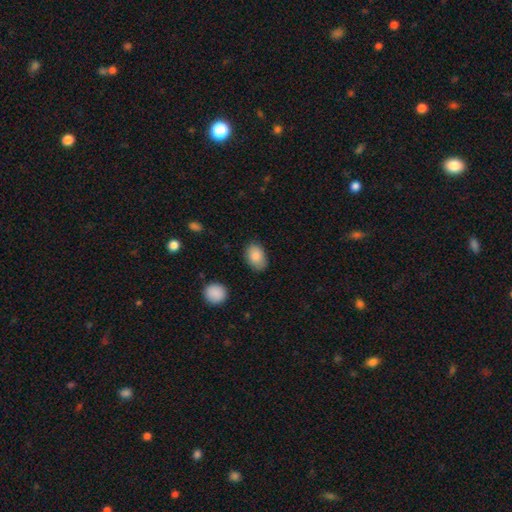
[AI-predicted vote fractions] Smooth or featured? Predicted: smooth (p=0.86). How rounded? Predicted: in between (p=0.84). Merging? Predicted: none (p=0.79).